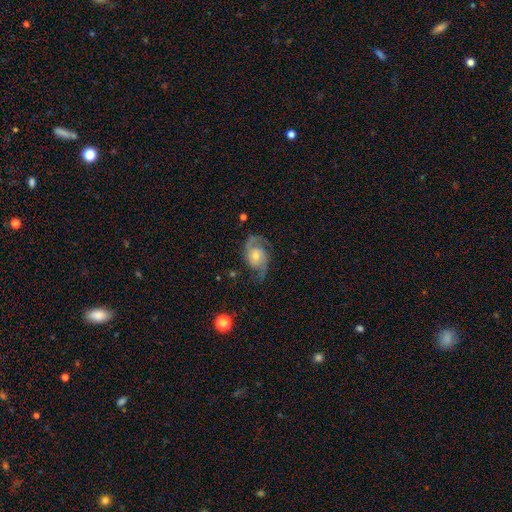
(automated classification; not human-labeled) Q: Smooth or featured?
A: featured or disk (84%); runner-up: smooth (10%)
Q: Edge-on disk?
A: no (97%); runner-up: yes (3%)
Q: Bar?
A: no (69%); runner-up: weak (26%)
Q: Spiral arms?
A: yes (96%); runner-up: no (4%)
Q: Spiral winding?
A: medium (50%); runner-up: loose (29%)
Q: Spiral arm count?
A: 2 (88%); runner-up: can't tell (4%)
Q: Bulge size?
A: moderate (53%); runner-up: small (40%)
Q: Merging?
A: none (68%); runner-up: minor disturbance (19%)